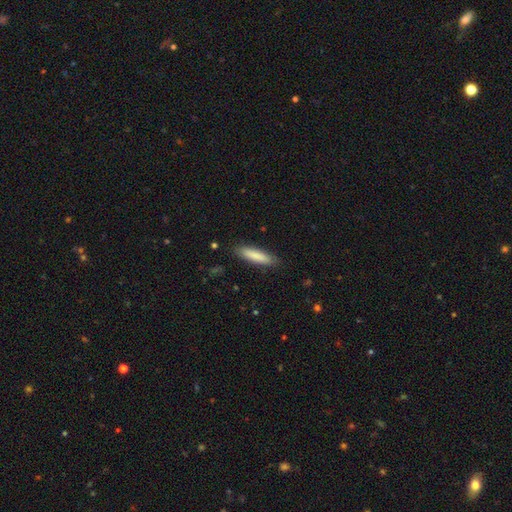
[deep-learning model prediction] smooth-or-featured: smooth: 84% | featured or disk: 10% | star or artifact: 6%
  how-rounded: cigar-shaped: 78% | in between: 21% | round: 1%
  merging: none: 88% | minor disturbance: 9% | major disturbance: 2% | merger: 1%